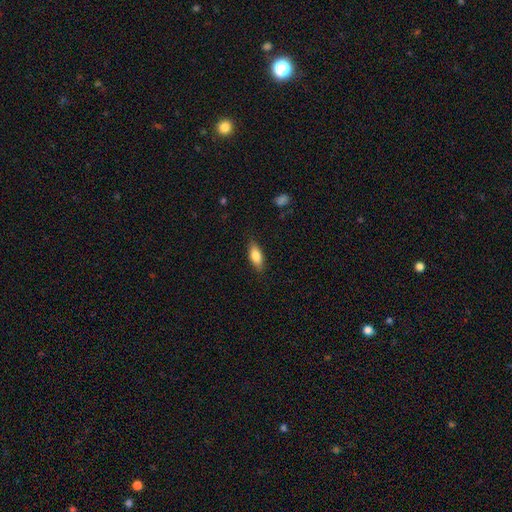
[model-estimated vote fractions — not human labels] Smooth or featured?
  - smooth: 79% *
  - featured or disk: 14%
  - star or artifact: 7%
How rounded?
  - in between: 79% *
  - cigar-shaped: 19%
  - round: 3%
Merging?
  - none: 84% *
  - minor disturbance: 12%
  - major disturbance: 3%
  - merger: 1%